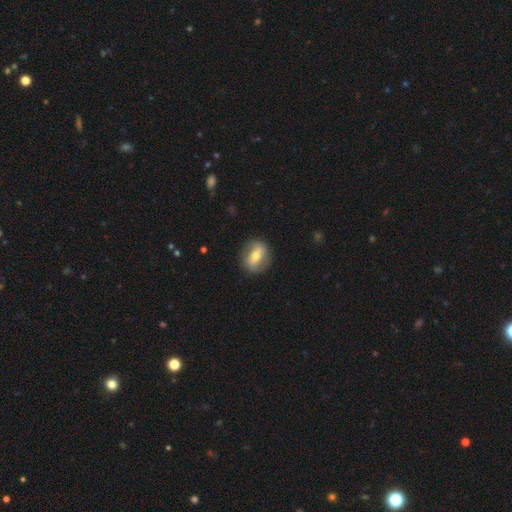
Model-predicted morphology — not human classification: A featured or disk galaxy (53%).

Vote fractions:
- Smooth or featured? featured or disk: 53% / smooth: 40% / star or artifact: 7%
- Edge-on disk? no: 90% / yes: 10%
- Merging? none: 83% / minor disturbance: 11% / major disturbance: 4% / merger: 1%